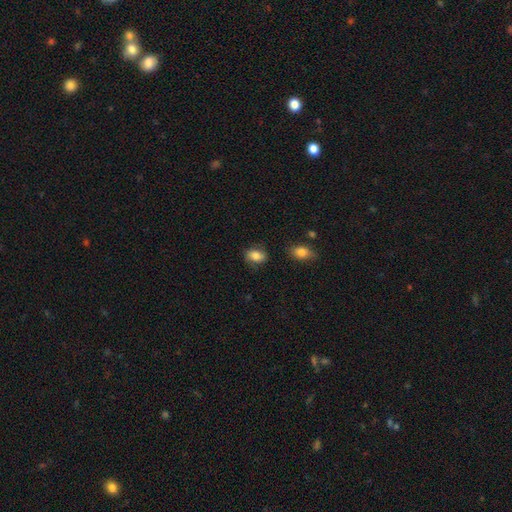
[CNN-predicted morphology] A smooth galaxy with no disk features (81%) that is in between round and cigar-shaped (78%).

Vote fractions:
- Smooth or featured? smooth: 81% / featured or disk: 11% / star or artifact: 8%
- How rounded? in between: 78% / round: 20% / cigar-shaped: 2%
- Merging? none: 75% / minor disturbance: 18% / major disturbance: 5% / merger: 3%